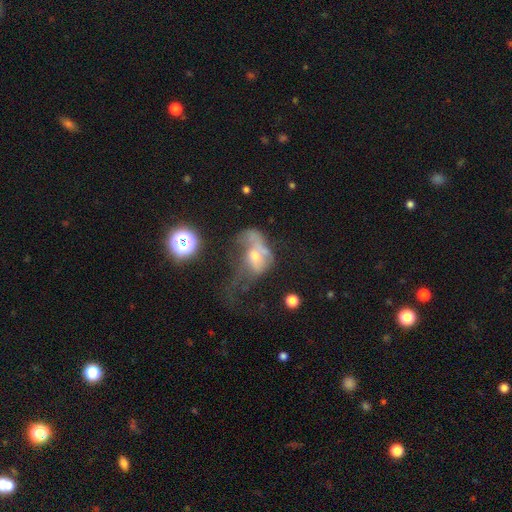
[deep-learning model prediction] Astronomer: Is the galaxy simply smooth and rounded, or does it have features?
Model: featured or disk — 45% (runner-up: smooth, 39%).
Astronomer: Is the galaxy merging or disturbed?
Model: major disturbance — 57%.